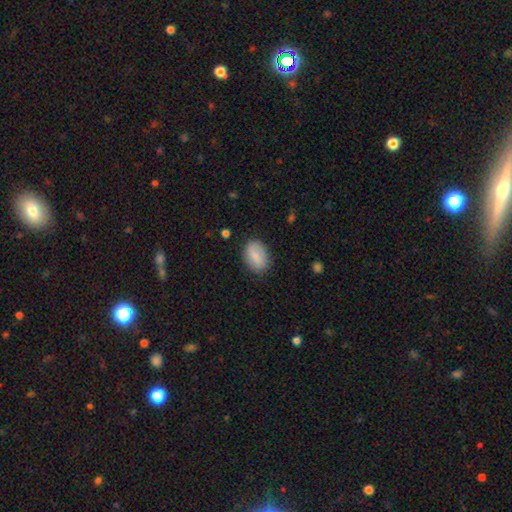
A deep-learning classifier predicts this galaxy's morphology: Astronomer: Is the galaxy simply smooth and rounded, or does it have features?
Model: smooth — 81%.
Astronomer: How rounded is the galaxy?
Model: in between — 85%.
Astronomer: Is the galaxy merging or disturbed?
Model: none — 82%.